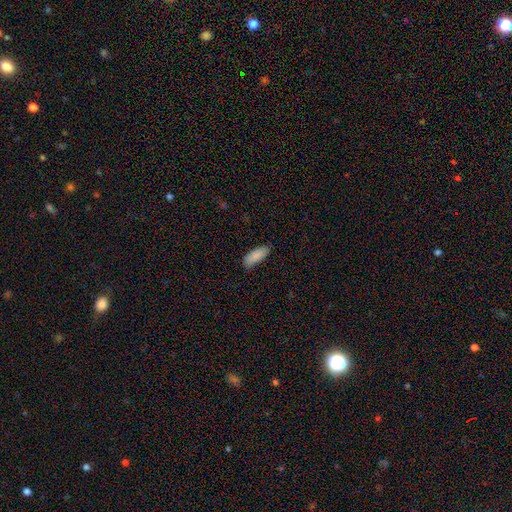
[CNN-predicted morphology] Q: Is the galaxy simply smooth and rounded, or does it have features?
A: smooth — 89%.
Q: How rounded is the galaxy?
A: in between — 69%.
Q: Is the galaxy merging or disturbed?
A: none — 82%.